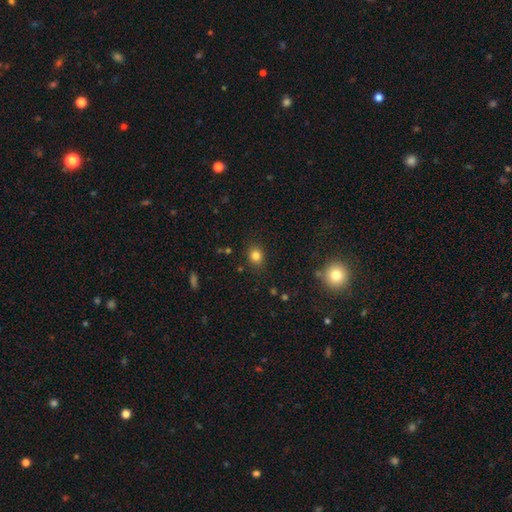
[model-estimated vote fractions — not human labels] A smooth galaxy with no disk features (81%) that is round (66%).

Vote fractions:
- Smooth or featured? smooth: 81% / star or artifact: 13% / featured or disk: 6%
- How rounded? round: 66% / in between: 33% / cigar-shaped: 1%
- Merging? none: 86% / minor disturbance: 10% / major disturbance: 3% / merger: 2%